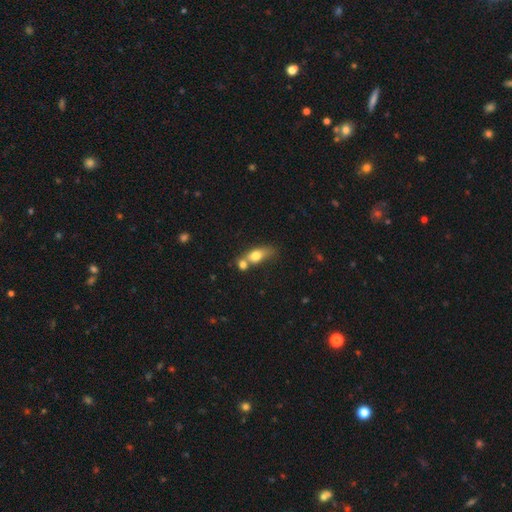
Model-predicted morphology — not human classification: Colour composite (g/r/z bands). It shows a smooth galaxy with no disk features (71%) that is in between round and cigar-shaped (63%). Merging: merger (46%).